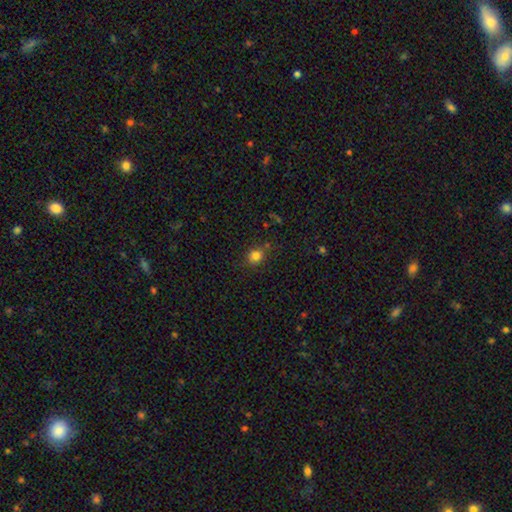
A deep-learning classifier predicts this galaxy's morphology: smooth_or_featured: smooth (p=0.82) [alt: star or artifact p=0.13]
how_rounded: round (p=0.78) [alt: in between p=0.21]
merging: none (p=0.79) [alt: minor disturbance p=0.13]